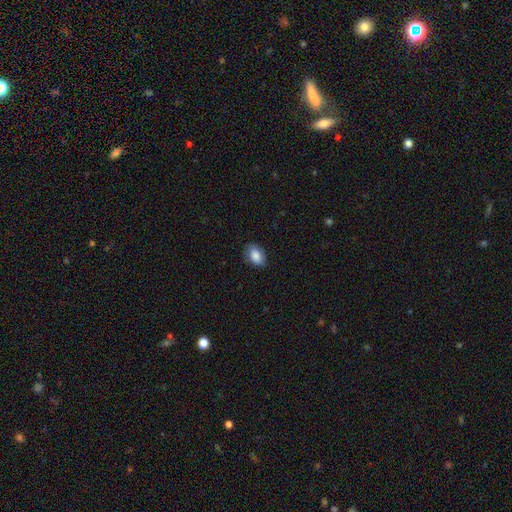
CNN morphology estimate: This is clearly a smooth galaxy (86%). How rounded: clearly in between (86%). Merging: clearly none (81%).